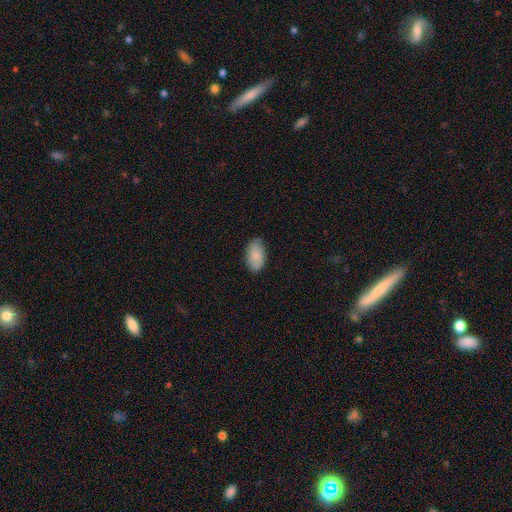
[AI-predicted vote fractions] Smooth or featured?
  - smooth: 86% *
  - featured or disk: 8%
  - star or artifact: 6%
How rounded?
  - in between: 95% *
  - round: 3%
  - cigar-shaped: 2%
Merging?
  - none: 83% *
  - minor disturbance: 13%
  - major disturbance: 2%
  - merger: 1%